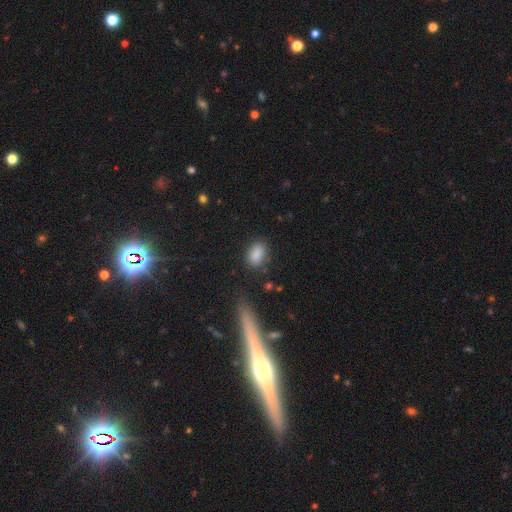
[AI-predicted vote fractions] A smooth galaxy with no disk features (87%) that is in between round and cigar-shaped (86%). Merging: none (80%).